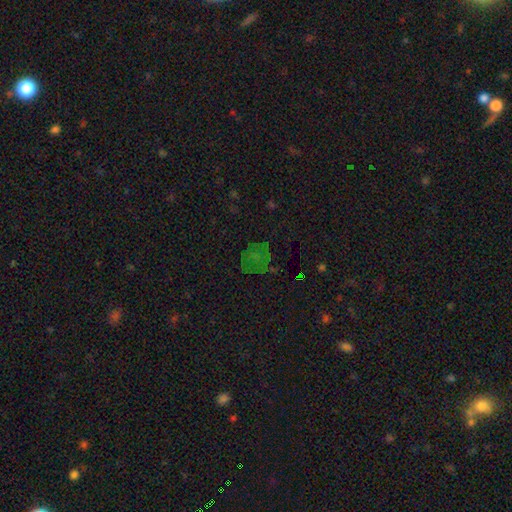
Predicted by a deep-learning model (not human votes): Smooth or featured: star or artifact — 52% (smooth — 28%)